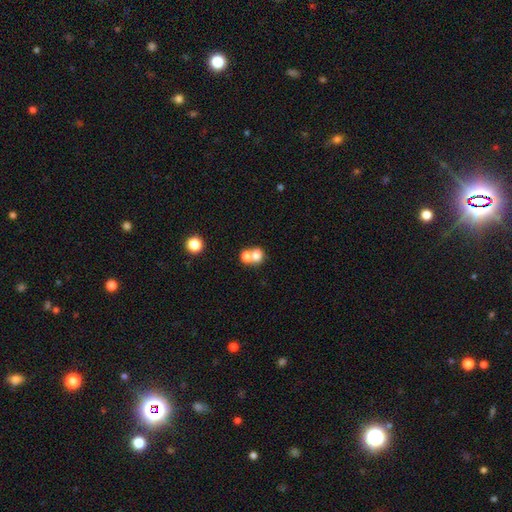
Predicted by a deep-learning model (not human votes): Smooth or featured?
  - smooth: 73% *
  - featured or disk: 16%
  - star or artifact: 12%
How rounded?
  - round: 66% *
  - in between: 33%
  - cigar-shaped: 1%
Merging?
  - merger: 60% *
  - none: 31%
  - minor disturbance: 6%
  - major disturbance: 3%